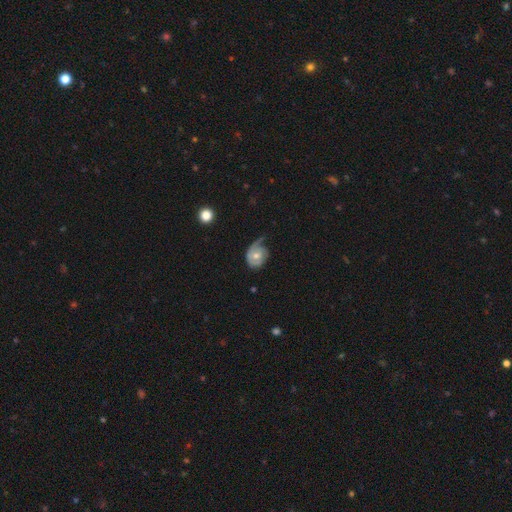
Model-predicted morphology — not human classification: Smooth or featured: featured or disk — 61% (smooth — 32%)
Edge-on disk: no — 97% (yes — 3%)
Bar: no — 77% (weak — 19%)
Spiral arms: yes — 78% (no — 22%)
Bulge size: moderate — 62% (small — 32%)
Merging: none — 37% (minor disturbance — 32%)